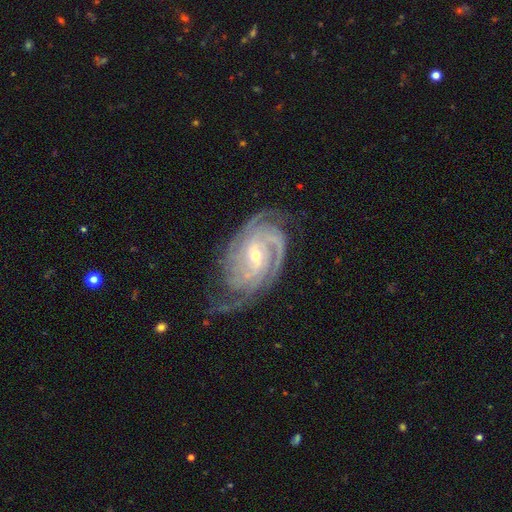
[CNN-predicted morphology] Q: Smooth or featured?
A: featured or disk (92%); runner-up: star or artifact (5%)
Q: Edge-on disk?
A: no (97%); runner-up: yes (3%)
Q: Bar?
A: weak (45%); runner-up: no (33%)
Q: Spiral arms?
A: yes (98%); runner-up: no (2%)
Q: Spiral winding?
A: tight (70%); runner-up: medium (26%)
Q: Spiral arm count?
A: 3 (26%); runner-up: 4 (24%)
Q: Bulge size?
A: small (58%); runner-up: moderate (39%)
Q: Merging?
A: none (70%); runner-up: minor disturbance (20%)